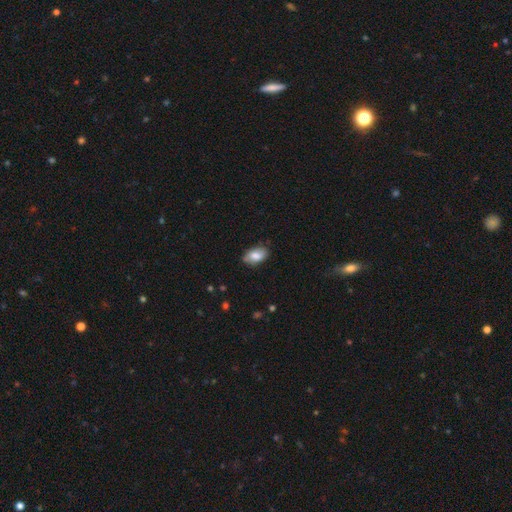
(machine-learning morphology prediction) Smooth or featured? Predicted: smooth (p=0.82). How rounded? Predicted: in between (p=0.93). Merging? Predicted: none (p=0.80).